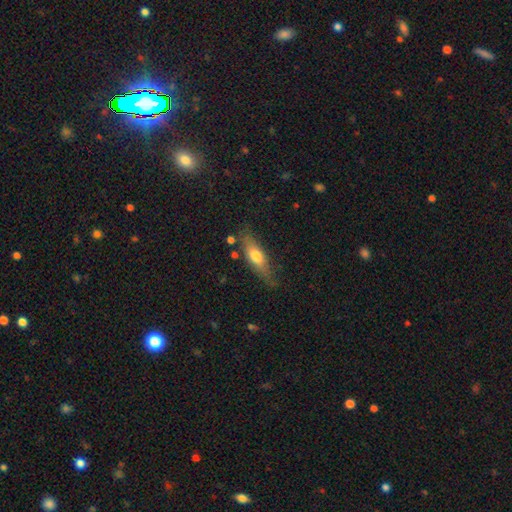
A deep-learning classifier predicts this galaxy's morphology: Smooth or featured?
  - smooth: 61% *
  - featured or disk: 33%
  - star or artifact: 7%
How rounded?
  - in between: 51% *
  - cigar-shaped: 47%
  - round: 3%
Merging?
  - none: 66% *
  - minor disturbance: 23%
  - major disturbance: 7%
  - merger: 4%